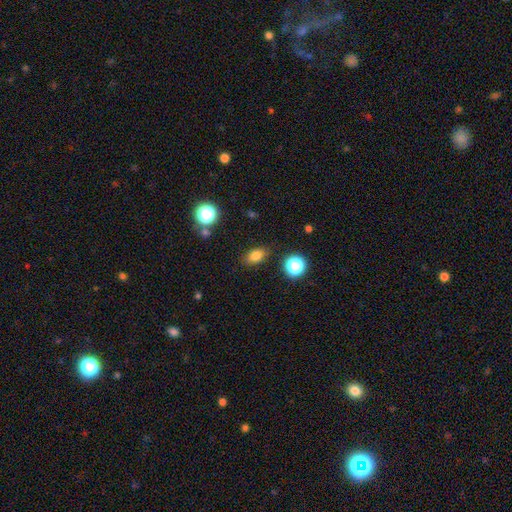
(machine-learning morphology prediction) This appears to be a smooth galaxy with no disk features (79%) that is in between round and cigar-shaped (81%). Merging: none (84%).